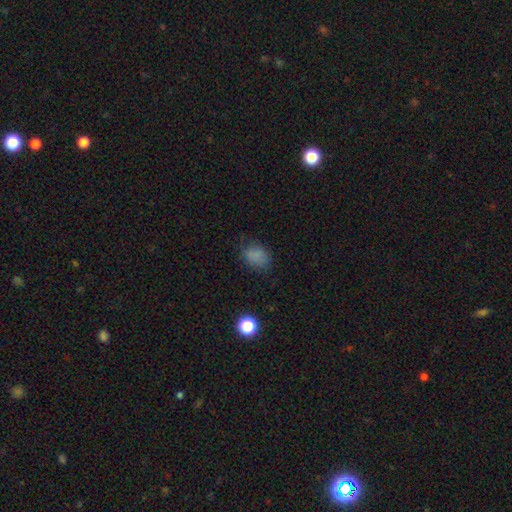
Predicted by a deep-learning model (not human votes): smooth_or_featured: smooth (p=0.78) [alt: star or artifact p=0.15]
how_rounded: in between (p=0.57) [alt: round p=0.42]
merging: none (p=0.68) [alt: minor disturbance p=0.22]